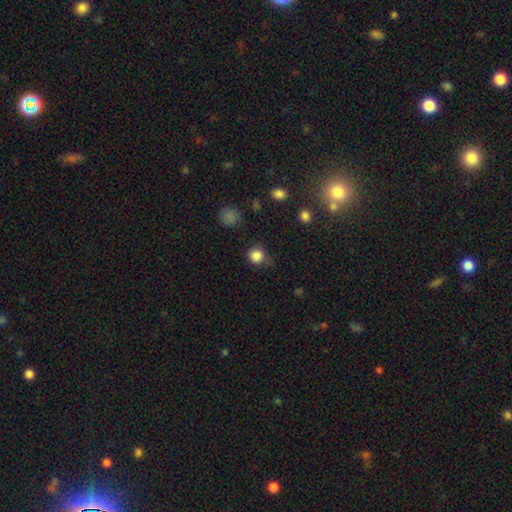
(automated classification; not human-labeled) This appears to be a smooth galaxy with no disk features (84%) that is round (86%). Merging: none (65%).